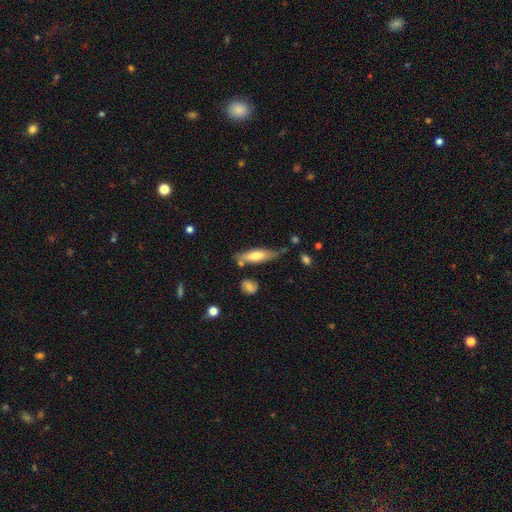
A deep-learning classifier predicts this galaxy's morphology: type=smooth (60%); roundness=cigar-shaped (59%); merging=none (64%).